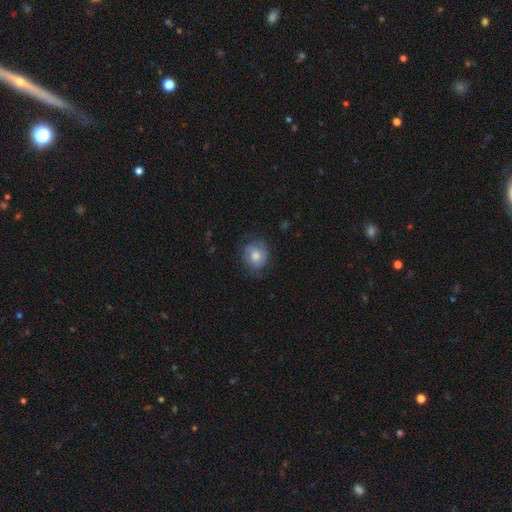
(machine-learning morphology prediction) A smooth galaxy with no disk features (49%).

Vote fractions:
- Smooth or featured? smooth: 49% / featured or disk: 42% / star or artifact: 9%
- Merging? none: 72% / minor disturbance: 20% / major disturbance: 8% / merger: 1%